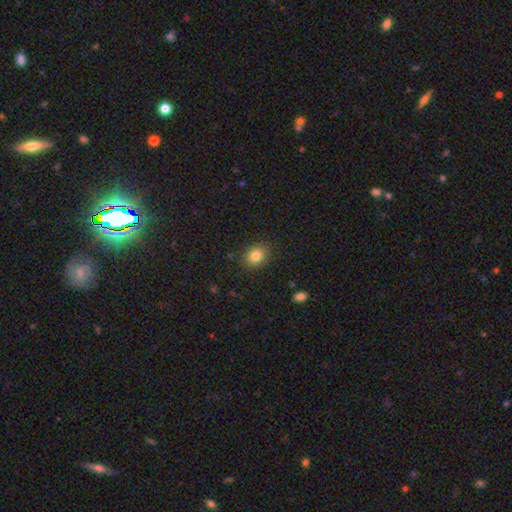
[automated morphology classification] Q: Smooth or featured?
A: smooth (83%); runner-up: star or artifact (10%)
Q: How rounded?
A: round (52%); runner-up: in between (47%)
Q: Merging?
A: none (87%); runner-up: minor disturbance (9%)